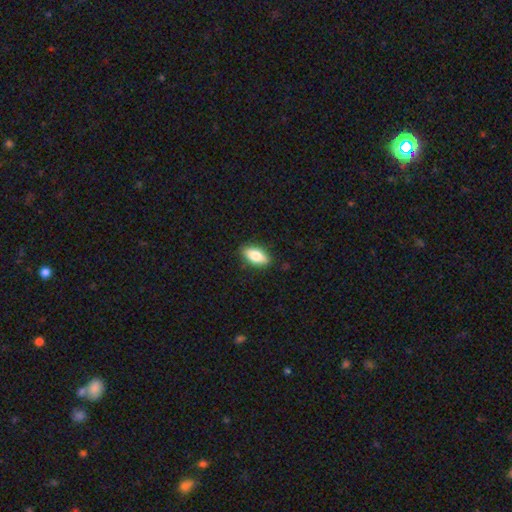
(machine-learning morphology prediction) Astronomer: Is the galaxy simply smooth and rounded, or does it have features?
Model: smooth — 76%.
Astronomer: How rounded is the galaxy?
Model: in between — 84%.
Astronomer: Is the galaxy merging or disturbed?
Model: none — 86%.